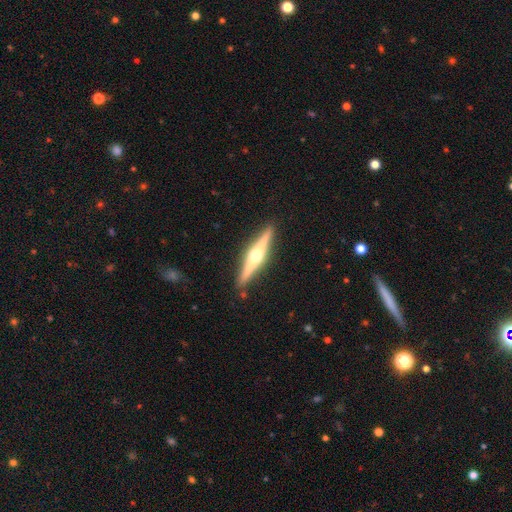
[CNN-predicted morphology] Smooth or featured?
  - featured or disk: 78% *
  - smooth: 17%
  - star or artifact: 5%
Edge-on disk?
  - yes: 98% *
  - no: 2%
Edge-on bulge?
  - rounded: 95% *
  - boxy: 3%
  - none: 2%
Merging?
  - none: 90% *
  - minor disturbance: 7%
  - major disturbance: 1%
  - merger: 1%